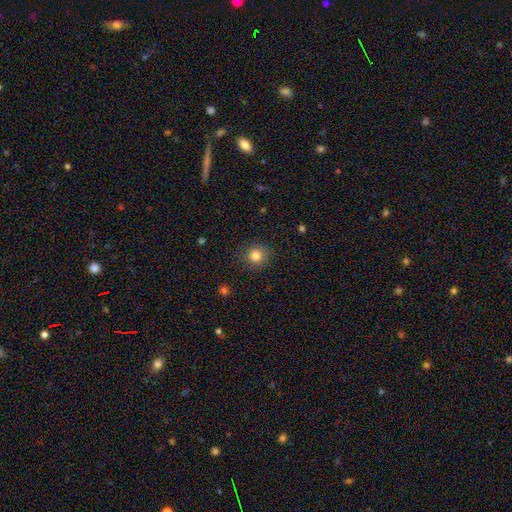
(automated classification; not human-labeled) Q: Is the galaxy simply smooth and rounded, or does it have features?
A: smooth — 82%.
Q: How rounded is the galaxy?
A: round — 91%.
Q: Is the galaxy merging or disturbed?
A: none — 88%.